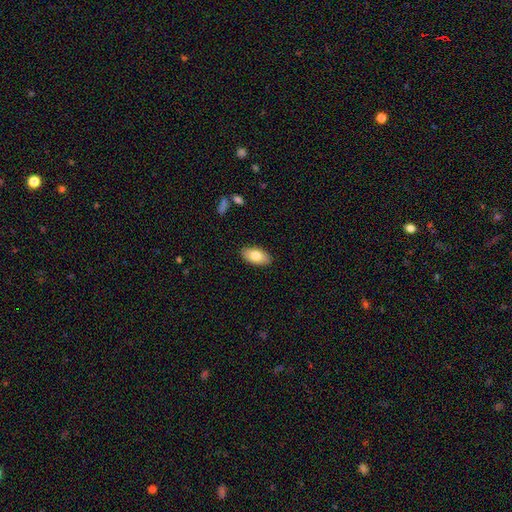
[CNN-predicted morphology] Smooth or featured: smooth — 78% (featured or disk — 15%)
How rounded: in between — 94% (round — 3%)
Merging: none — 89% (minor disturbance — 9%)